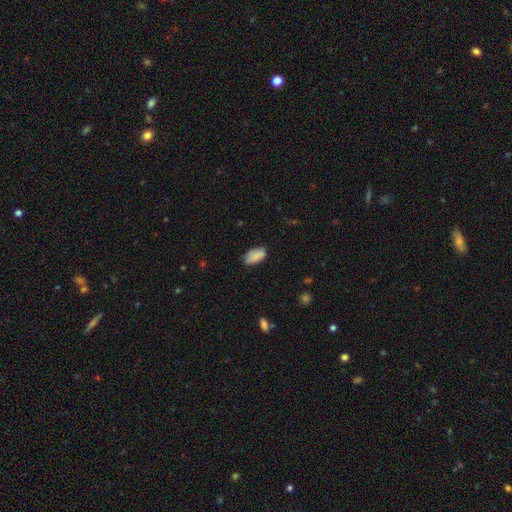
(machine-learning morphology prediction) This appears to be a smooth galaxy with no disk features (82%) that is in between round and cigar-shaped (93%). Merging: none (71%).